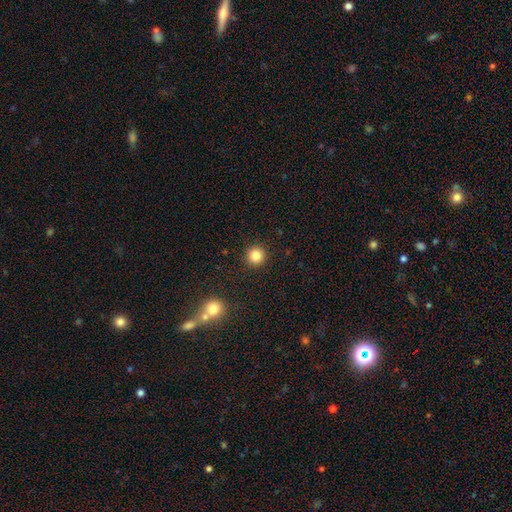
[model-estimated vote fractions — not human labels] This is clearly a smooth galaxy (84%). How rounded: clearly round (95%). Merging: clearly none (92%).